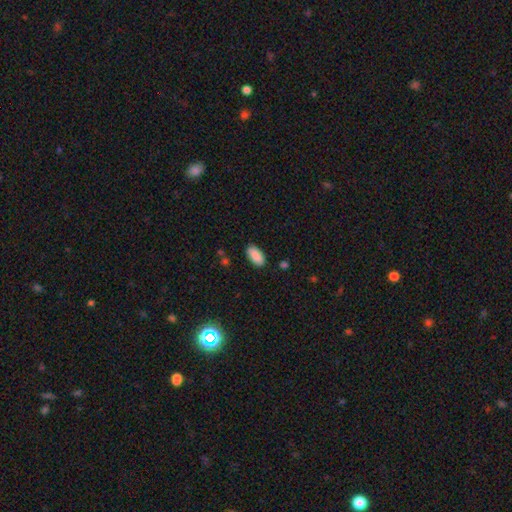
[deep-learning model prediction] A smooth galaxy with no disk features (89%) that is in between round and cigar-shaped (92%). Merging: none (87%).